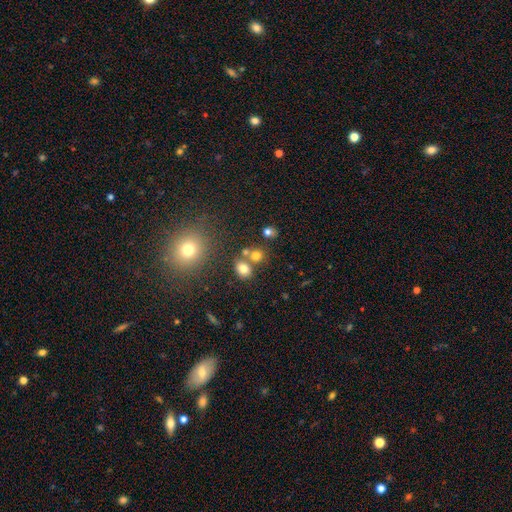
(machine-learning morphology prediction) type=smooth (74%); roundness=round (66%); merging=none (56%).